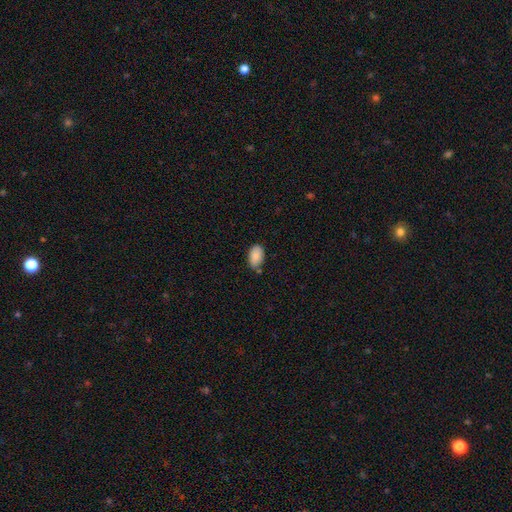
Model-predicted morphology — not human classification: A smooth galaxy with no disk features (88%) that is in between round and cigar-shaped (92%).

Vote fractions:
- Smooth or featured? smooth: 88% / star or artifact: 7% / featured or disk: 5%
- How rounded? in between: 92% / round: 7% / cigar-shaped: 1%
- Merging? none: 72% / minor disturbance: 19% / merger: 6% / major disturbance: 3%